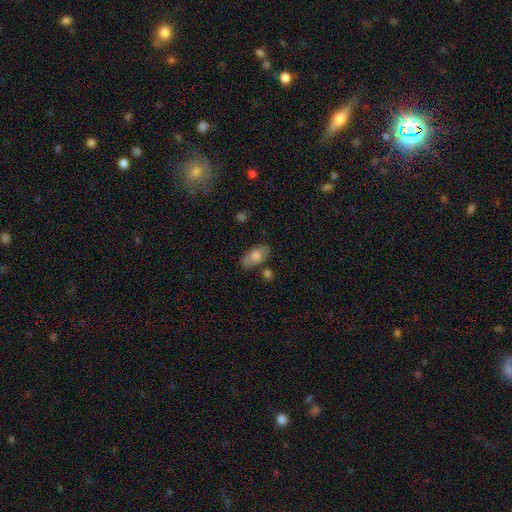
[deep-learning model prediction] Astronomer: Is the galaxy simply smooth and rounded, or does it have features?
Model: smooth — 69%.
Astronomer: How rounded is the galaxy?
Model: in between — 90%.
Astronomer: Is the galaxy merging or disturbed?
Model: none — 67%.